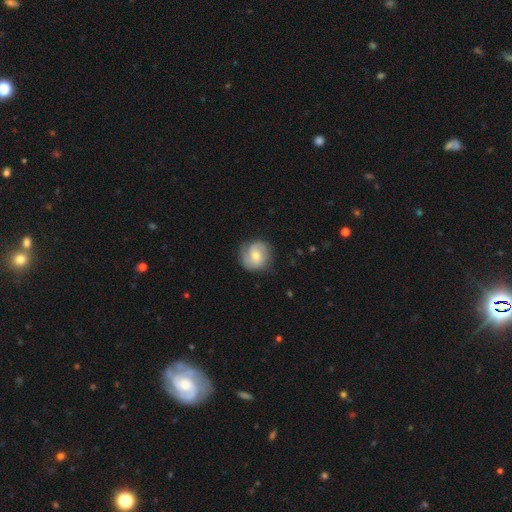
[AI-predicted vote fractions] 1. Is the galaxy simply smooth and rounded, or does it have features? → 52% featured or disk, 41% smooth, 7% star or artifact.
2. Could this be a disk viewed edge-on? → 97% no, 3% yes.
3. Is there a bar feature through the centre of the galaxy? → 61% no, 32% weak, 7% strong.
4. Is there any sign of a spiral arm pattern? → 81% yes, 19% no.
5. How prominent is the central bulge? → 56% moderate, 39% small, 3% large, 1% none, 1% dominant.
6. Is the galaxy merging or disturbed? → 70% none, 21% minor disturbance, 7% major disturbance, 1% merger.